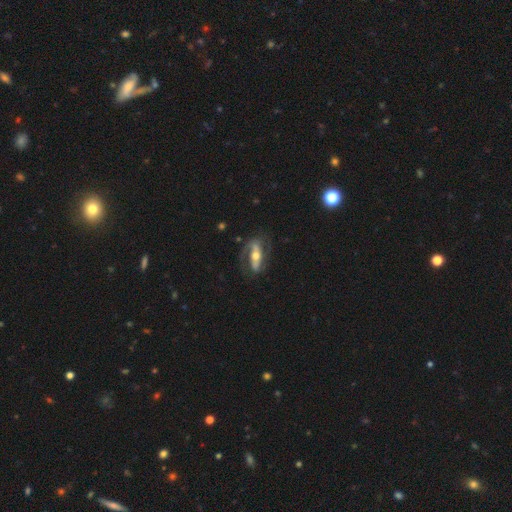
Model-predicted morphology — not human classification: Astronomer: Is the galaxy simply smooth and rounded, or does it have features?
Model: featured or disk — 80%.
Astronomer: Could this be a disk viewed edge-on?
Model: no — 87%.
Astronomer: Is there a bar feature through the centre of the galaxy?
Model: strong — 58%.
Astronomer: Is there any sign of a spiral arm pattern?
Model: yes — 86%.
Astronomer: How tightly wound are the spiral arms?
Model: medium — 45% (runner-up: loose, 30%).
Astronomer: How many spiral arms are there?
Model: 2 — 81%.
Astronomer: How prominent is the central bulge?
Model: moderate — 65%.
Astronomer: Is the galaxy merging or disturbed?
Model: none — 66%.